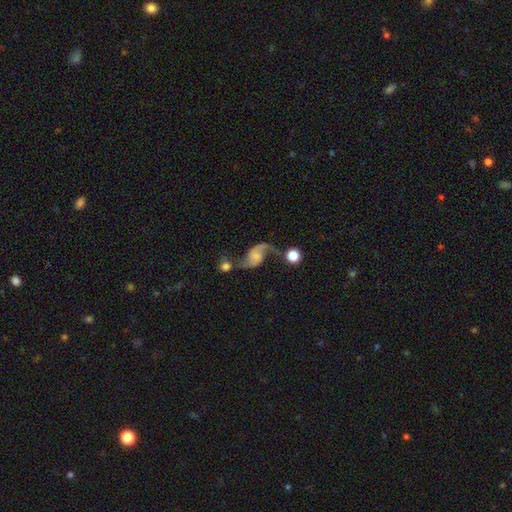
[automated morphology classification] This is clearly a featured or disk galaxy (83%). It is clearly not viewed edge-on (97%). Bar: possibly no (60%). Spiral arm pattern: clearly yes (95%). Spiral arm count: clearly 2 (90%). Spiral winding: clearly loose (82%). Central bulge: marginally small (40%). Merging: marginally none (44%).